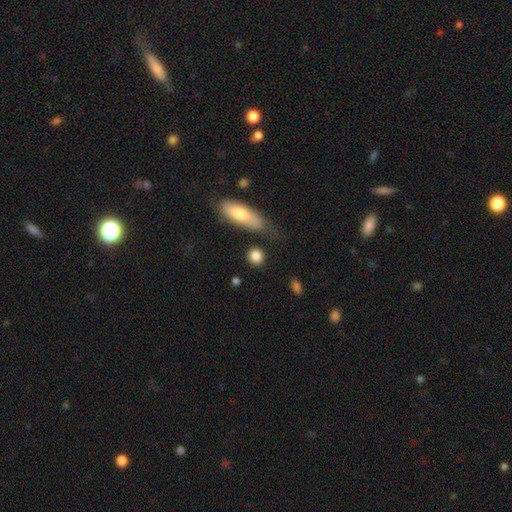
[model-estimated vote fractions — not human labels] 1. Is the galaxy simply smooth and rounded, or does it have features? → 85% smooth, 7% star or artifact, 7% featured or disk.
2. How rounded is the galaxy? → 80% round, 16% in between, 4% cigar-shaped.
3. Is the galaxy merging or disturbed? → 78% none, 11% minor disturbance, 7% merger, 4% major disturbance.